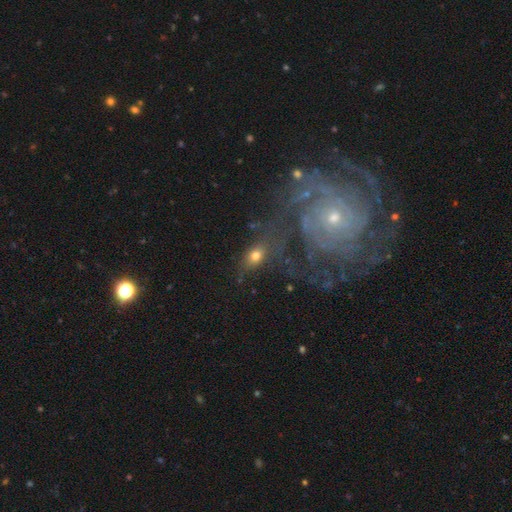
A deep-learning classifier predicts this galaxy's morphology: A smooth galaxy with no disk features (50%). Merging: none (61%).